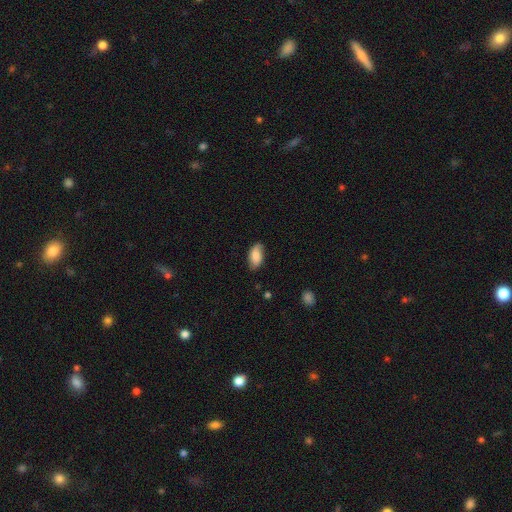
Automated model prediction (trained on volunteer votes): smooth-or-featured: smooth: 79% | featured or disk: 14% | star or artifact: 7%
  how-rounded: in between: 93% | cigar-shaped: 4% | round: 3%
  merging: none: 79% | minor disturbance: 17% | major disturbance: 3% | merger: 1%